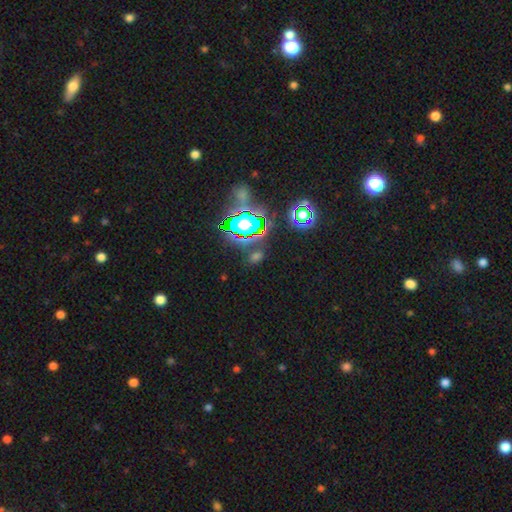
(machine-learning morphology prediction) Smooth or featured?
  - star or artifact: 53% *
  - smooth: 37%
  - featured or disk: 10%